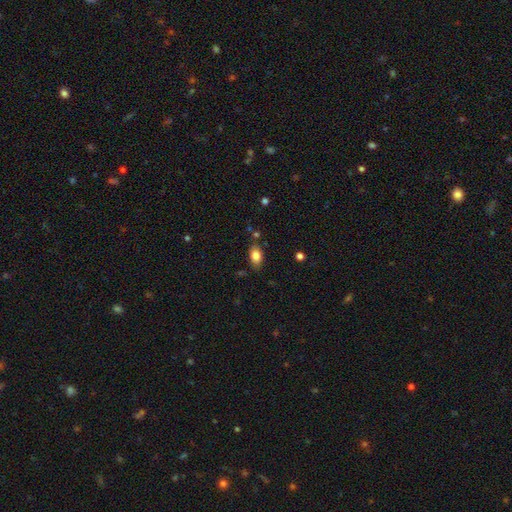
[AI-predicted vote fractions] A smooth galaxy with no disk features (83%) that is in between round and cigar-shaped (88%).

Vote fractions:
- Smooth or featured? smooth: 83% / featured or disk: 9% / star or artifact: 9%
- How rounded? in between: 88% / round: 9% / cigar-shaped: 3%
- Merging? none: 79% / minor disturbance: 14% / merger: 4% / major disturbance: 3%